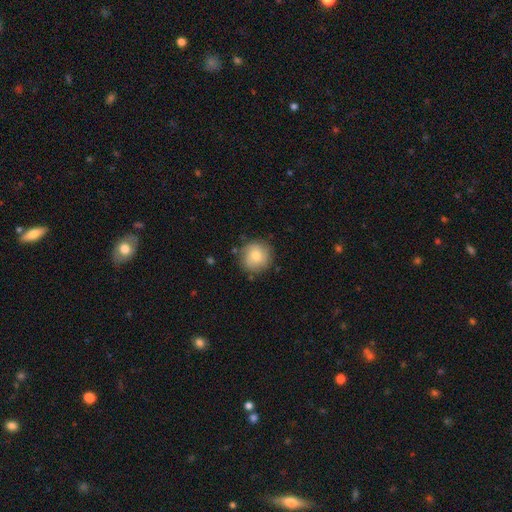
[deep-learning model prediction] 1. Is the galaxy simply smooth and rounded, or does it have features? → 71% smooth, 21% featured or disk, 8% star or artifact.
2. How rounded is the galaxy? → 92% round, 7% in between, 1% cigar-shaped.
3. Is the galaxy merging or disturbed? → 81% none, 13% minor disturbance, 3% major disturbance, 2% merger.